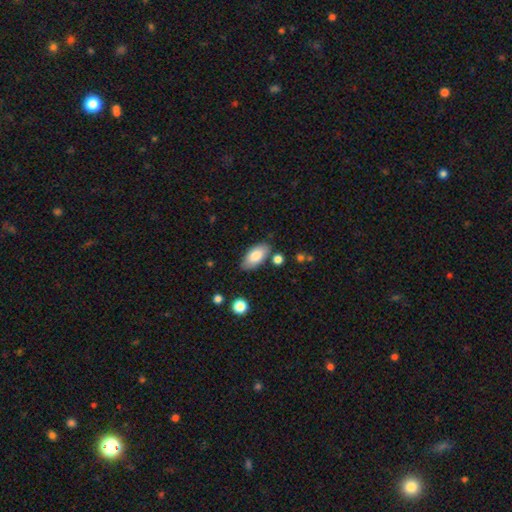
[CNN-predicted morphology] A smooth galaxy with no disk features (80%) that is in between round and cigar-shaped (91%). Merging: none (80%).